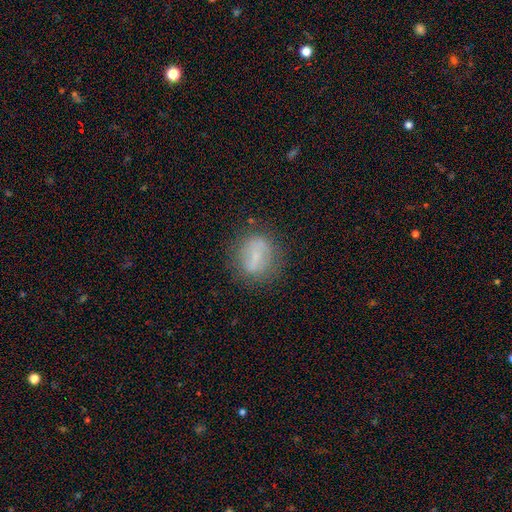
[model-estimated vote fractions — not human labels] A smooth galaxy with no disk features (52%) that is round (64%). Merging: none (73%).